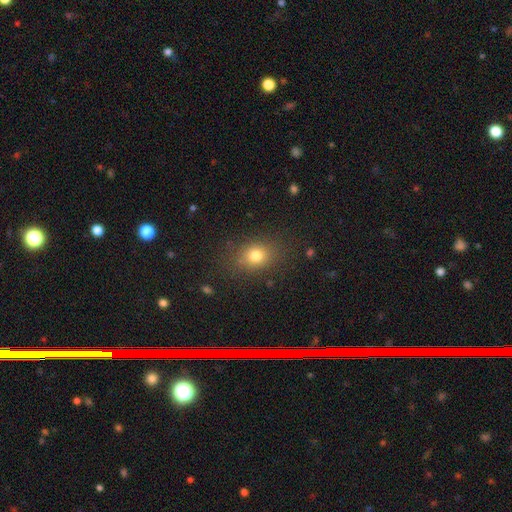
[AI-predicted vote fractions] smooth_or_featured: smooth (p=0.77) [alt: star or artifact p=0.13]
how_rounded: in between (p=0.49) [tied with: round p=0.49]
merging: none (p=0.81) [alt: minor disturbance p=0.12]